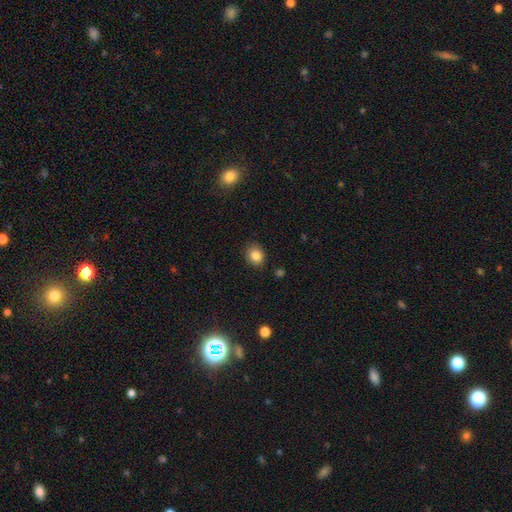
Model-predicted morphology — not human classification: Smooth or featured? Predicted: smooth (p=0.84). How rounded? Predicted: round (p=0.63). Merging? Predicted: none (p=0.86).